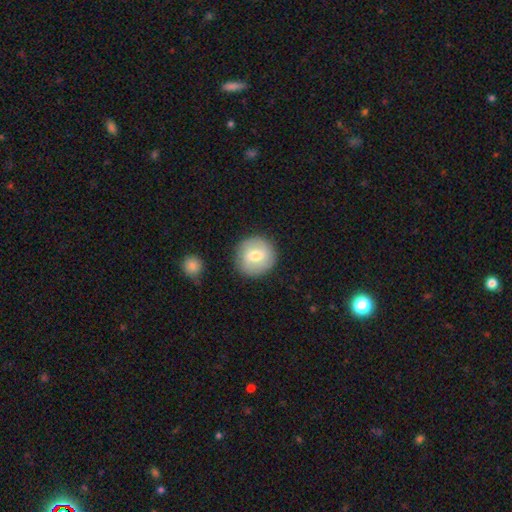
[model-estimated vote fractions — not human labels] Smooth or featured: smooth — 60% (featured or disk — 33%)
How rounded: round — 91% (in between — 8%)
Merging: none — 85% (minor disturbance — 9%)